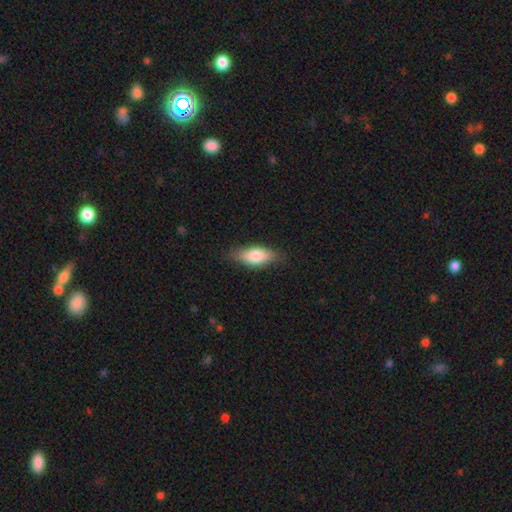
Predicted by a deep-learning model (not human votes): This is likely a smooth galaxy (77%). How rounded: clearly in between (81%). Merging: likely none (79%).